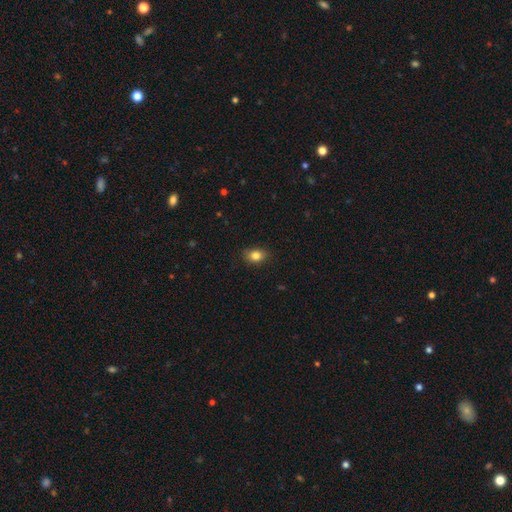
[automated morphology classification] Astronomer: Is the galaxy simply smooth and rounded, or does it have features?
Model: smooth — 83%.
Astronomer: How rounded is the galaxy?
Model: in between — 66%.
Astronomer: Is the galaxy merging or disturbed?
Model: none — 84%.